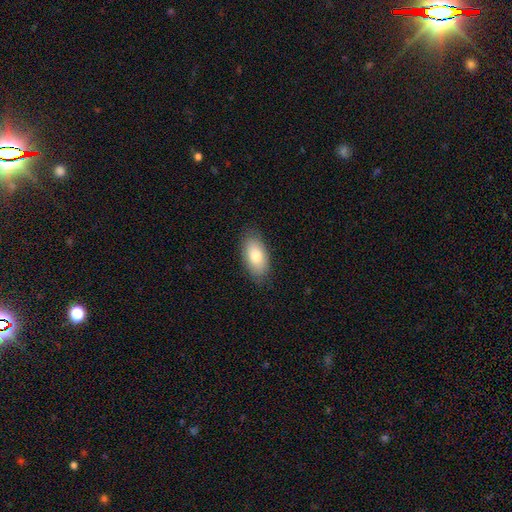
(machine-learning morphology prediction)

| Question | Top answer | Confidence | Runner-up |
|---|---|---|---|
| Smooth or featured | smooth | 79% | featured or disk (14%) |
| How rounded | in between | 93% | round (4%) |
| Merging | none | 85% | minor disturbance (12%) |